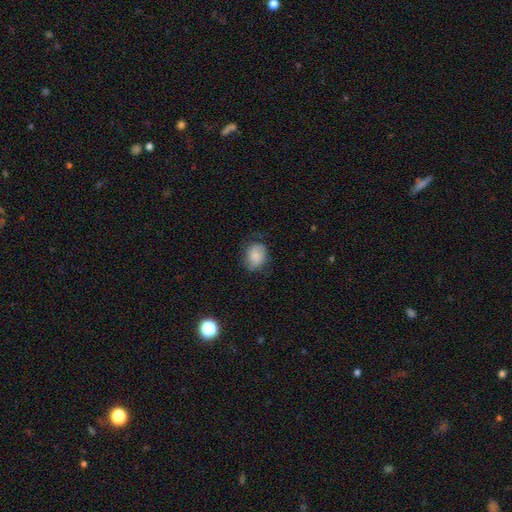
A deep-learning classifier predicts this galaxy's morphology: smooth-or-featured: smooth: 78% | featured or disk: 13% | star or artifact: 8%
  how-rounded: in between: 57% | round: 42% | cigar-shaped: 1%
  merging: none: 68% | minor disturbance: 24% | major disturbance: 7% | merger: 1%